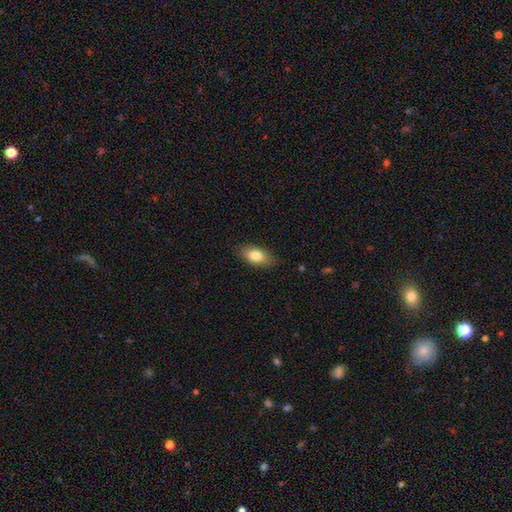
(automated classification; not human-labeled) This is likely a smooth galaxy (79%). How rounded: clearly in between (87%). Merging: clearly none (85%).